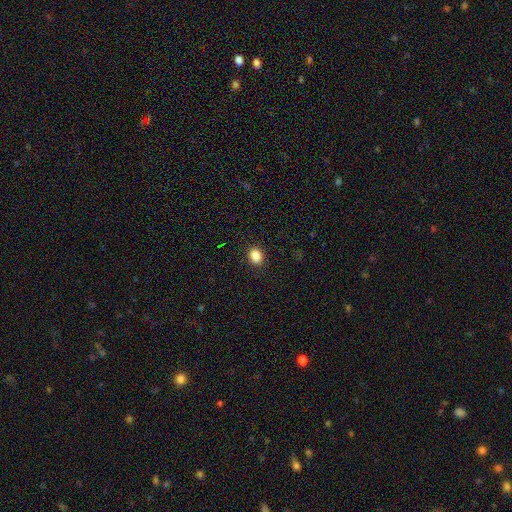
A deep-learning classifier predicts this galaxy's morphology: The model was most divided on "how rounded": round: 51%, in between: 48%, cigar-shaped: 1%. More confident: merging — none (89%); smooth or featured — smooth (86%).